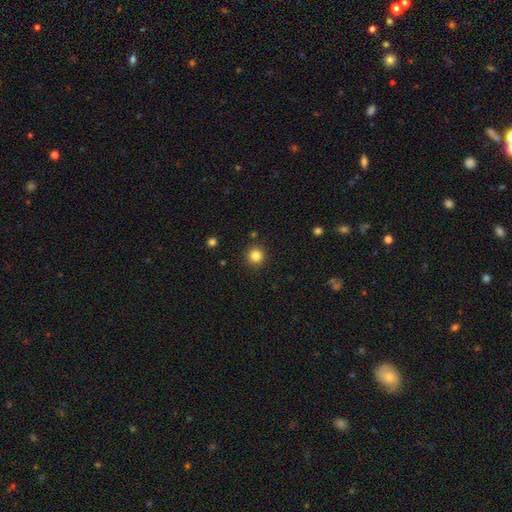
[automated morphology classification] Smooth or featured? smooth (84%)
How rounded? round (95%)
Merging? none (91%)